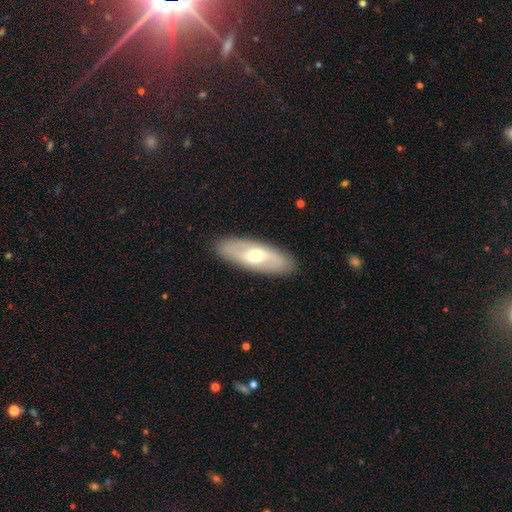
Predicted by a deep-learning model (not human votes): This appears to be a featured or disk galaxy (57%). Merging: none (89%).